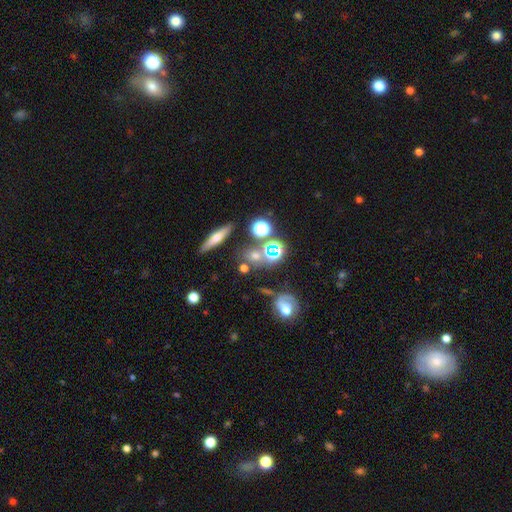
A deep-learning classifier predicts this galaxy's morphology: smooth-or-featured: smooth: 40% | star or artifact: 38% | featured or disk: 22%
  merging: none: 66% | merger: 15% | minor disturbance: 12% | major disturbance: 7%